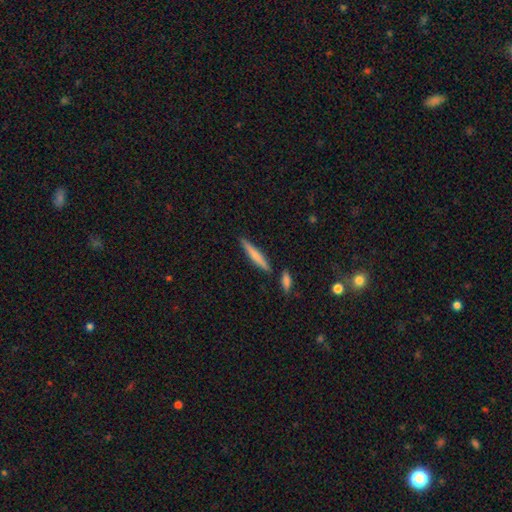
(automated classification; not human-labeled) The model was most divided on "smooth or featured": smooth: 66%, featured or disk: 28%, star or artifact: 6%. More confident: how rounded — cigar-shaped (93%); merging — none (82%).